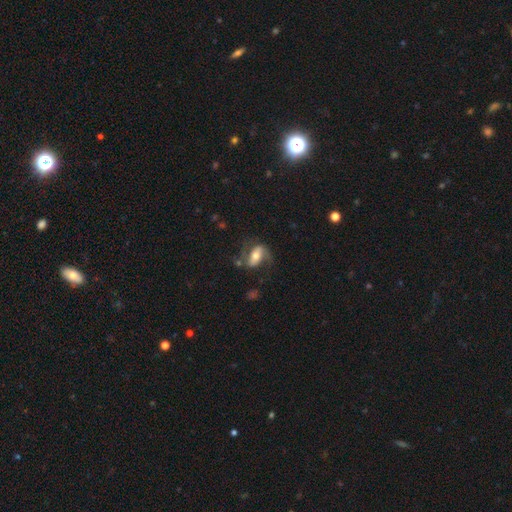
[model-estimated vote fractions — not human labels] A featured or disk galaxy (63%) with a strong bar (43%), spiral arms (84%) and a moderate central bulge (63%).

Vote fractions:
- Smooth or featured? featured or disk: 63% / smooth: 30% / star or artifact: 7%
- Edge-on disk? no: 92% / yes: 8%
- Bar? strong: 43% / weak: 29% / no: 28%
- Spiral arms? yes: 84% / no: 16%
- Bulge size? moderate: 63% / small: 21% / large: 12% / dominant: 2% / none: 2%
- Merging? none: 58% / minor disturbance: 20% / major disturbance: 18% / merger: 4%